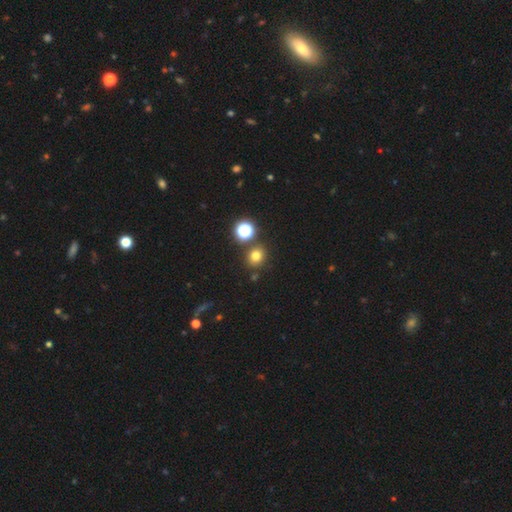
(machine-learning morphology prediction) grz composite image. It shows a smooth galaxy with no disk features (73%) that is round (82%). Merging: none (80%).